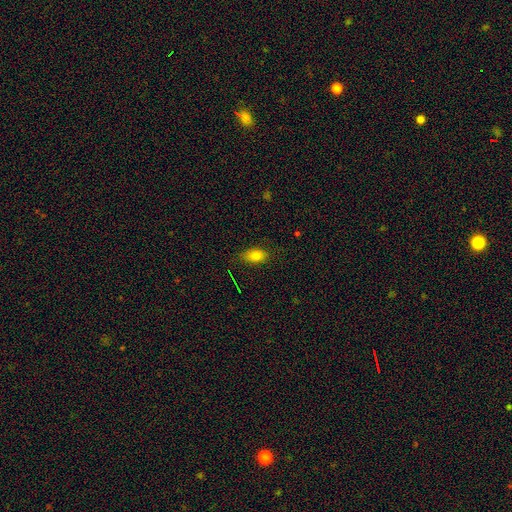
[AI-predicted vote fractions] The model was most divided on "merging": none: 79%, minor disturbance: 17%, major disturbance: 4%, merger: 1%. More confident: how rounded — in between (87%); smooth or featured — smooth (79%).